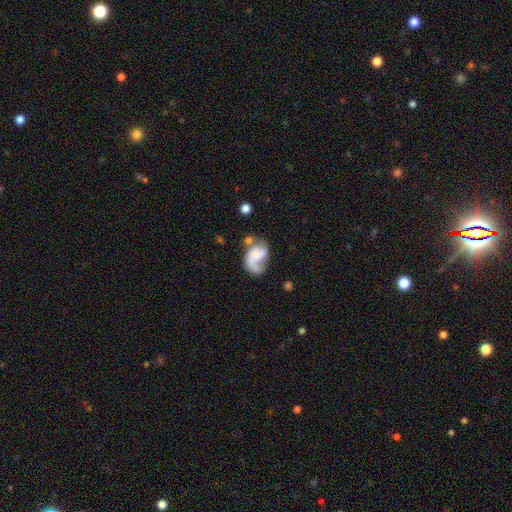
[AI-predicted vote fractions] featured or disk 60%, smooth 32%, star or artifact 8%. Down the decision tree: edge-on disk — no (98%); bar — no (71%); spiral arms — yes (82%); bulge size — none (42%); merging — major disturbance (32%).